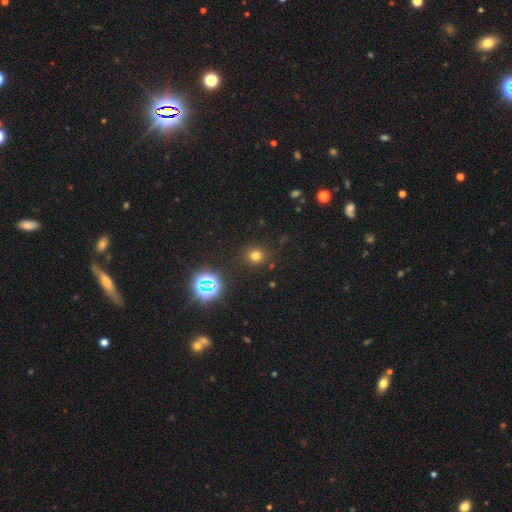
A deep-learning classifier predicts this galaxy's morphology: smooth-or-featured: smooth: 70% | star or artifact: 23% | featured or disk: 6%
  how-rounded: round: 87% | in between: 12% | cigar-shaped: 1%
  merging: none: 87% | minor disturbance: 8% | major disturbance: 3% | merger: 2%